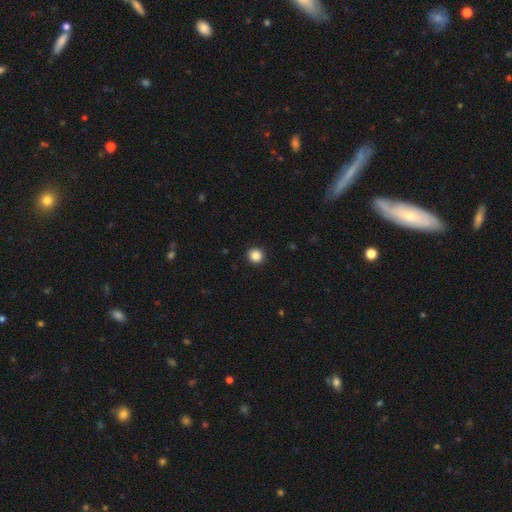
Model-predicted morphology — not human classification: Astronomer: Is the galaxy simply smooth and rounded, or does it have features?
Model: smooth — 86%.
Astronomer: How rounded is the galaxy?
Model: round — 94%.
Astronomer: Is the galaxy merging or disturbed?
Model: none — 93%.